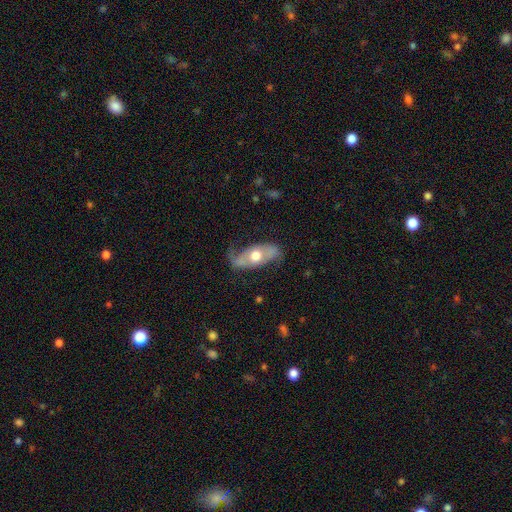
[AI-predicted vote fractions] smooth_or_featured: featured or disk (p=0.61) [alt: smooth p=0.34]
disk_edge_on: no (p=0.80) [alt: yes p=0.20]
merging: none (p=0.54) [alt: minor disturbance p=0.26]